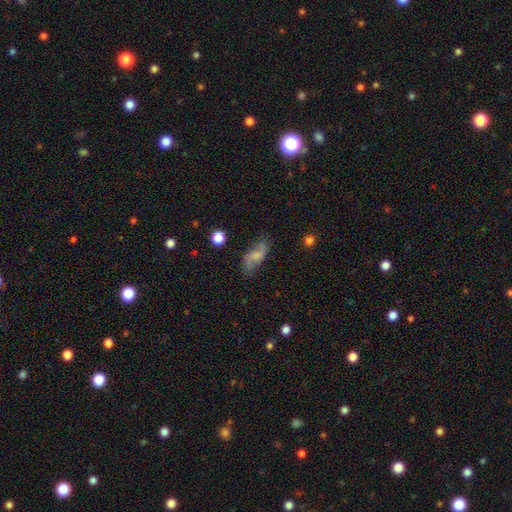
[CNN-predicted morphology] Smooth or featured? smooth (46%, tied with featured or disk)
Merging? none (70%)